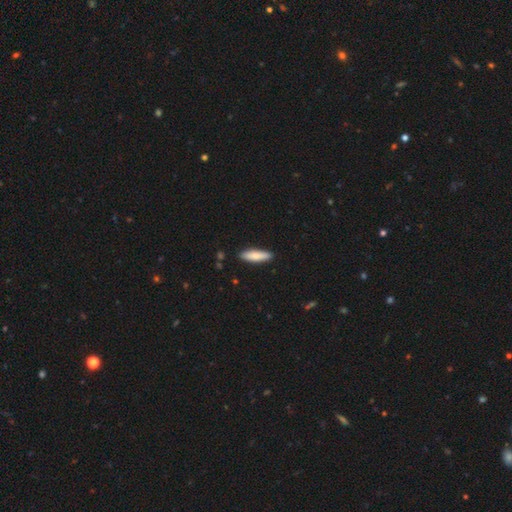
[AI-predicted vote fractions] This is clearly a smooth galaxy (82%). How rounded: likely cigar-shaped (67%). Merging: clearly none (89%).